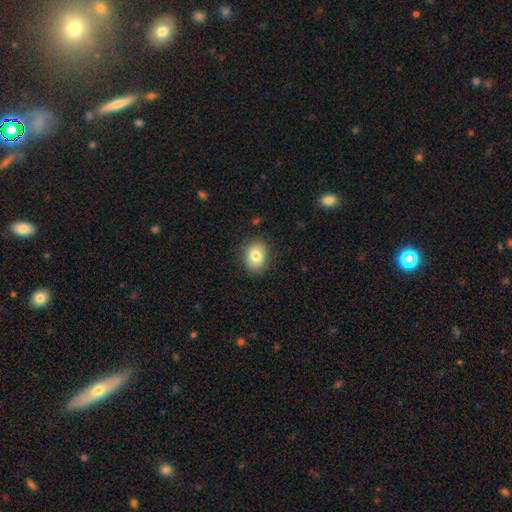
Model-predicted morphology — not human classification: Smooth or featured: smooth — 81% (featured or disk — 10%)
How rounded: in between — 53% (round — 46%)
Merging: none — 85% (minor disturbance — 11%)